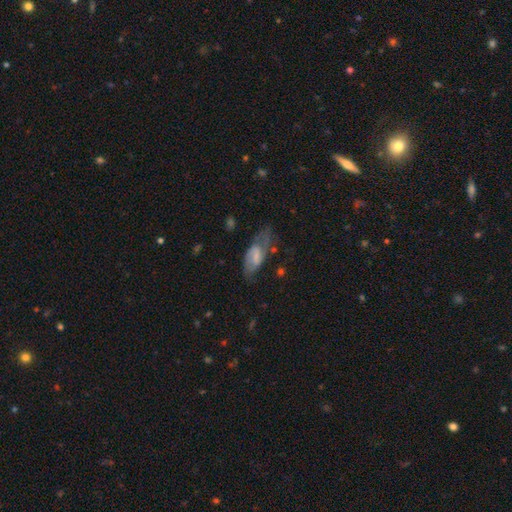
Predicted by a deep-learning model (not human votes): This appears to be a featured or disk galaxy (54%). Merging: none (47%).